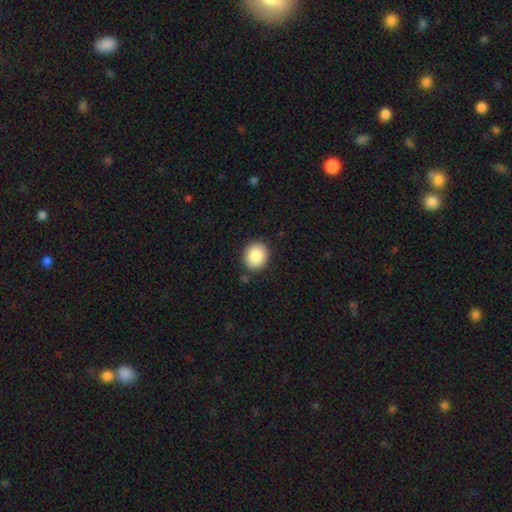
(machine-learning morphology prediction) Smooth or featured?
  - smooth: 87% *
  - star or artifact: 8%
  - featured or disk: 5%
How rounded?
  - round: 76% *
  - in between: 23%
  - cigar-shaped: 1%
Merging?
  - none: 88% *
  - minor disturbance: 8%
  - major disturbance: 2%
  - merger: 2%